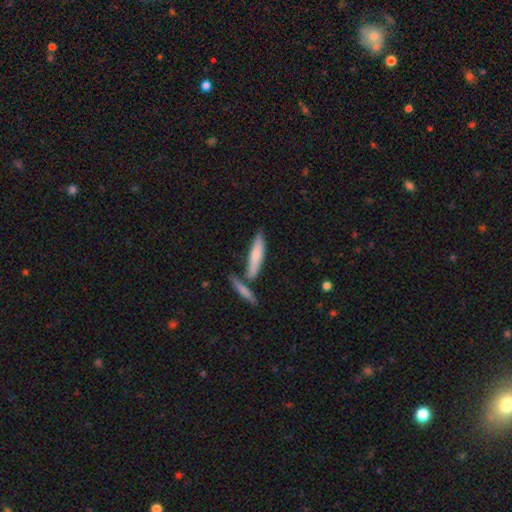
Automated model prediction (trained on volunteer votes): Smooth or featured? smooth (68%)
How rounded? cigar-shaped (79%)
Merging? none (59%)